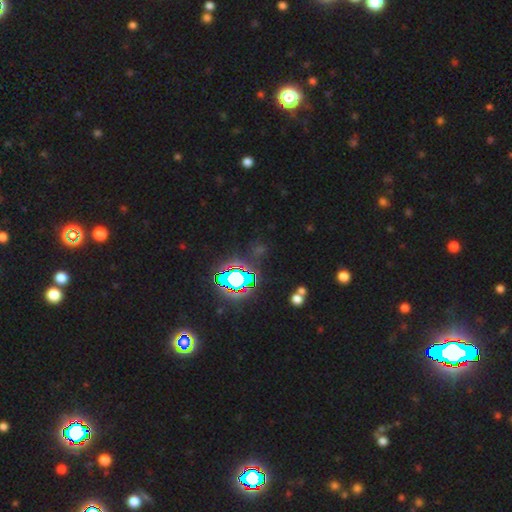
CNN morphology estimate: star or artifact 82%, smooth 10%, featured or disk 7%.